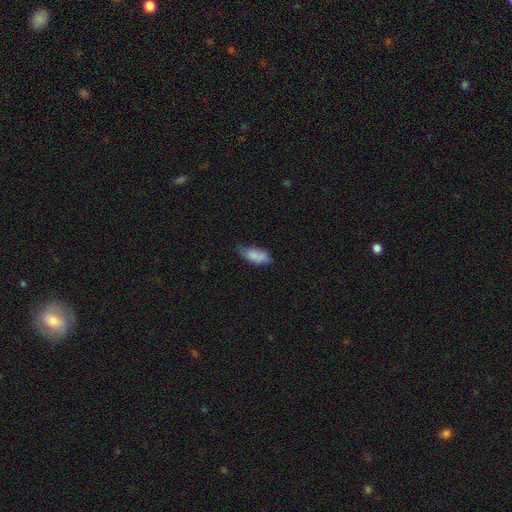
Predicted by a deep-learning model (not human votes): This is clearly a smooth galaxy (81%). How rounded: clearly in between (87%). Merging: possibly none (54%).